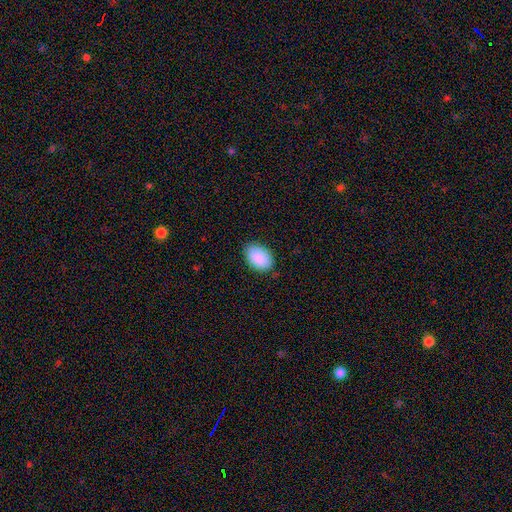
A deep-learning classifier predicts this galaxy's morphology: smooth-or-featured: smooth: 90% | star or artifact: 6% | featured or disk: 3%
  how-rounded: in between: 90% | round: 9% | cigar-shaped: 1%
  merging: none: 82% | minor disturbance: 15% | major disturbance: 2% | merger: 1%